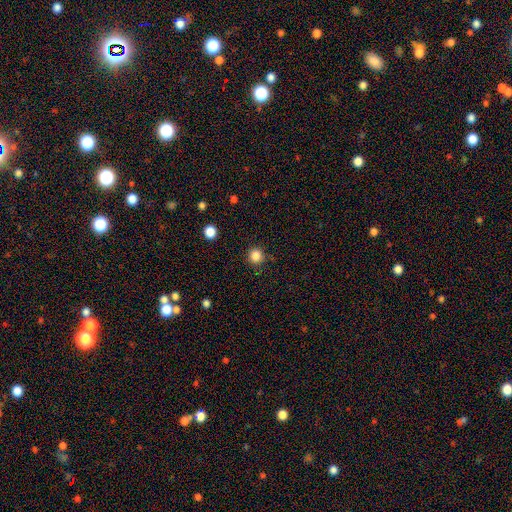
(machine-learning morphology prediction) Overall: smooth (84%). How rounded: round (94%). Merging: none (88%).